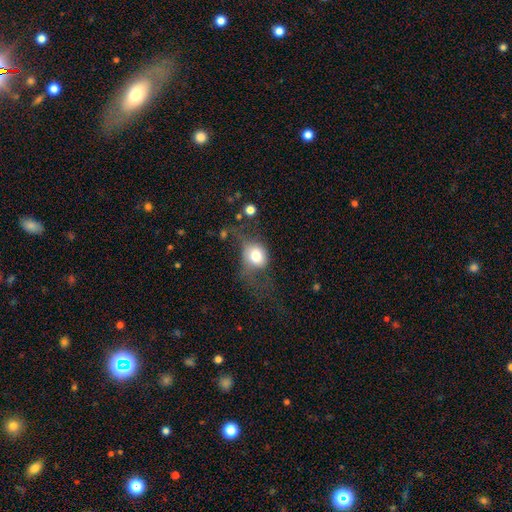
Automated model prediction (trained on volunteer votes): Smooth or featured?
  - smooth: 71% *
  - featured or disk: 19%
  - star or artifact: 10%
How rounded?
  - round: 60% *
  - in between: 39%
  - cigar-shaped: 1%
Merging?
  - major disturbance: 41% *
  - none: 31%
  - minor disturbance: 23%
  - merger: 5%